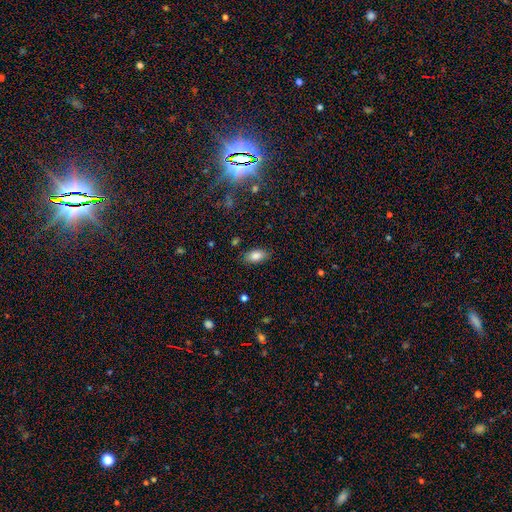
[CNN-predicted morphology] Overall: smooth (84%). How rounded: in between (91%). Merging: none (83%).